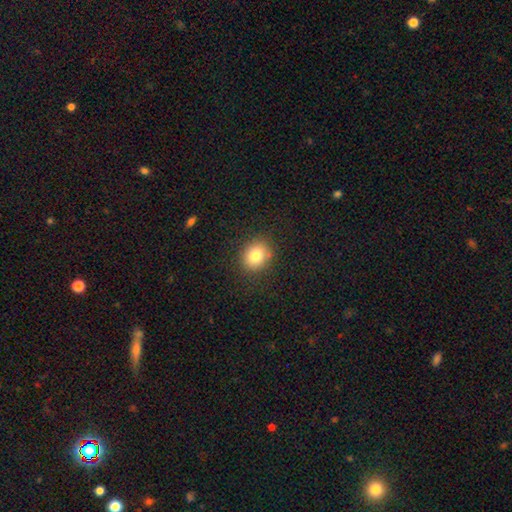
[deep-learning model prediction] smooth 80%, star or artifact 11%, featured or disk 9%. Down the decision tree: how rounded — round (68%); merging — none (86%).